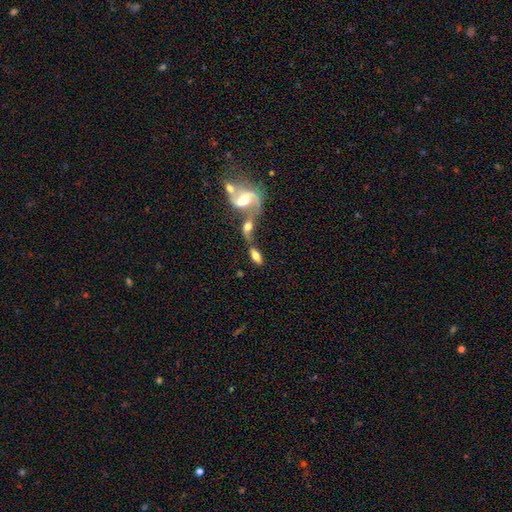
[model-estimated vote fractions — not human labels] Smooth or featured? Predicted: smooth (p=0.60). How rounded? Predicted: in between (p=0.85). Merging? Predicted: merger (p=0.53).